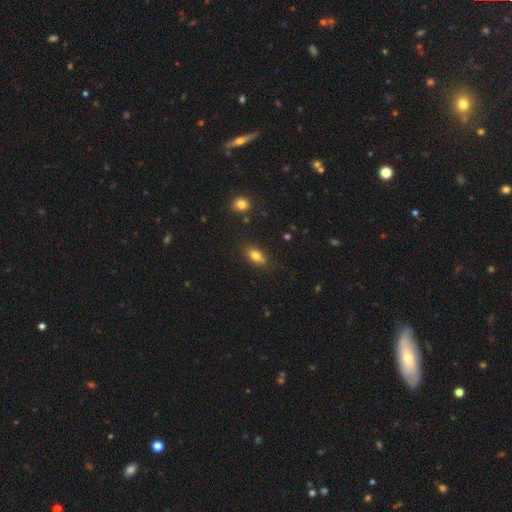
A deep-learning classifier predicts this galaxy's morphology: A smooth galaxy with no disk features (78%) that is in between round and cigar-shaped (83%).

Vote fractions:
- Smooth or featured? smooth: 78% / featured or disk: 13% / star or artifact: 8%
- How rounded? in between: 83% / cigar-shaped: 11% / round: 6%
- Merging? none: 82% / minor disturbance: 13% / major disturbance: 3% / merger: 2%